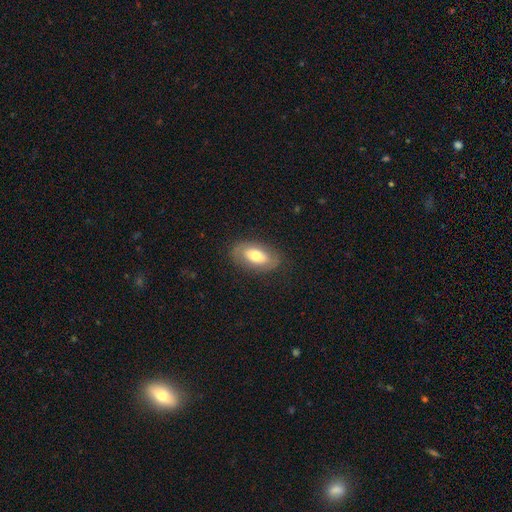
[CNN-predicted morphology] Q: Smooth or featured?
A: smooth (56%); runner-up: featured or disk (37%)
Q: How rounded?
A: in between (90%); runner-up: round (6%)
Q: Merging?
A: none (79%); runner-up: minor disturbance (14%)